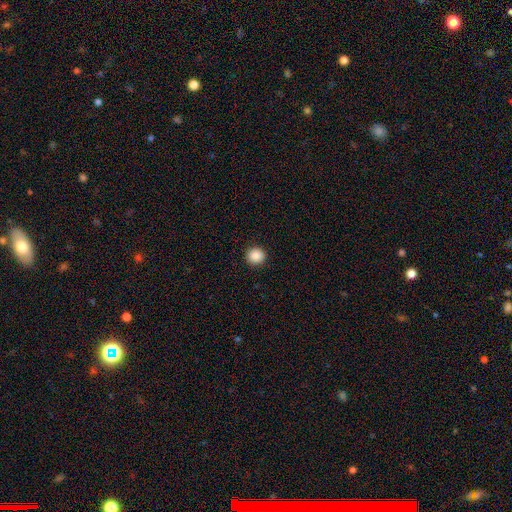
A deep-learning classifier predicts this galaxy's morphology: The model was most divided on "smooth or featured": smooth: 88%, star or artifact: 9%, featured or disk: 3%. More confident: how rounded — round (93%); merging — none (93%).